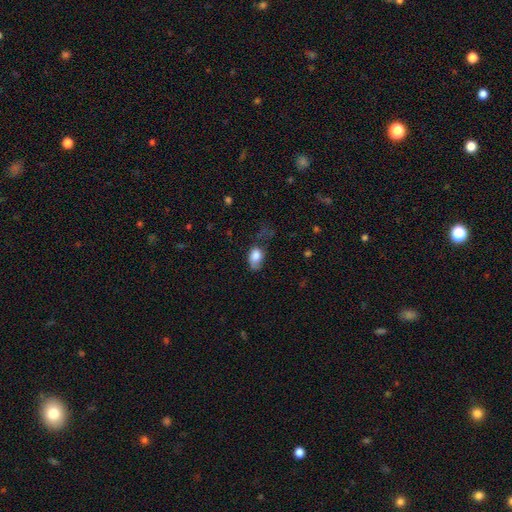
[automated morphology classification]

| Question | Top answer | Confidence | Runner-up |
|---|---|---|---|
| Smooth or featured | smooth | 80% | featured or disk (11%) |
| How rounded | in between | 84% | round (15%) |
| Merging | minor disturbance | 35% | none (33%) |